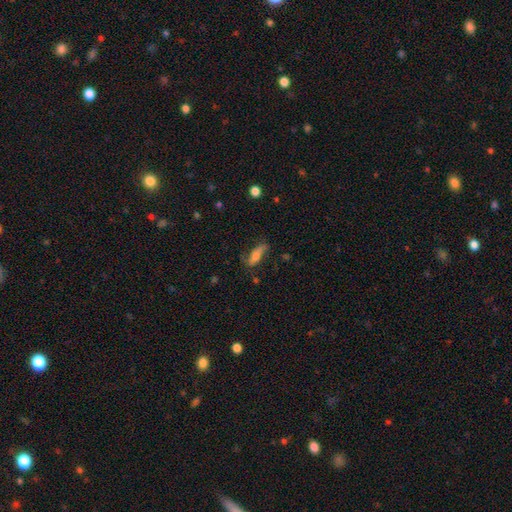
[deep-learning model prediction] Overall: smooth (57%; featured or disk 34%). How rounded: in between (59%; cigar-shaped 38%). Merging: none (58%; minor disturbance 27%).